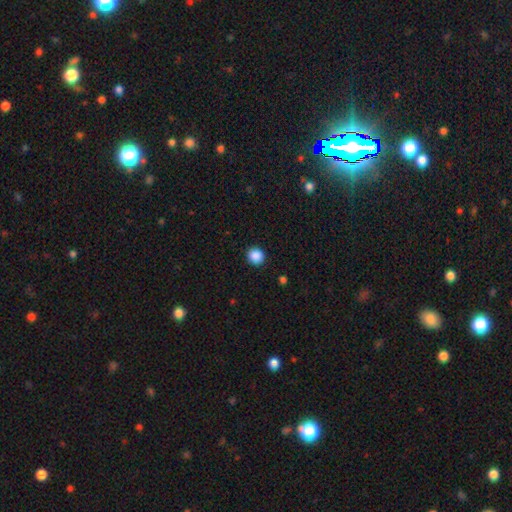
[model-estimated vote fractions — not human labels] Smooth or featured? smooth (88%)
How rounded? round (90%)
Merging? none (91%)